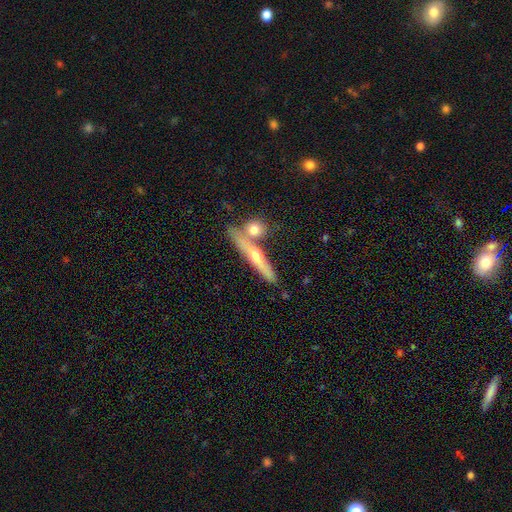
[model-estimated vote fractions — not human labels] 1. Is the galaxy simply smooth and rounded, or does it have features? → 55% featured or disk, 38% smooth, 6% star or artifact.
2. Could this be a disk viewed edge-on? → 89% yes, 11% no.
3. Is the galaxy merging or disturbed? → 64% none, 22% merger, 11% minor disturbance, 3% major disturbance.